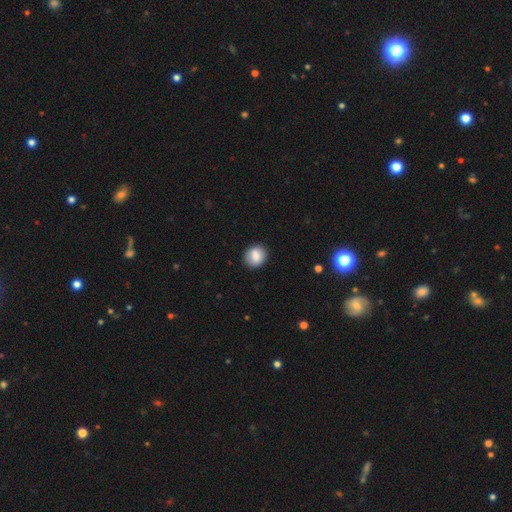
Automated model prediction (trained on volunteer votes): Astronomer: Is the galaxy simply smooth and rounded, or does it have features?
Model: smooth — 85%.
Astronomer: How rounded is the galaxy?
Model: round — 72%.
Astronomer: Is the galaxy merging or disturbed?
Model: none — 87%.